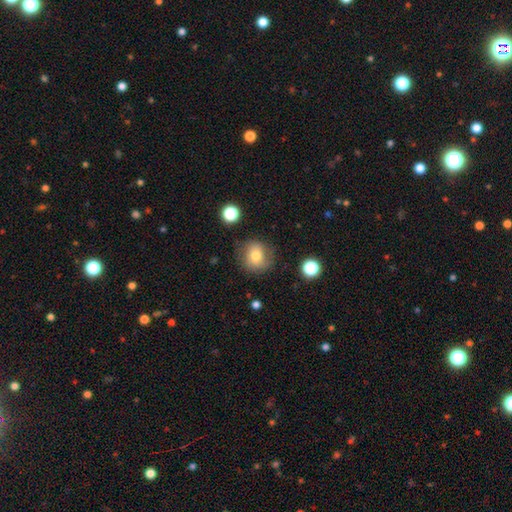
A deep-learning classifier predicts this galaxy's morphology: This is likely a smooth galaxy (69%). How rounded: clearly round (84%). Merging: likely none (76%).